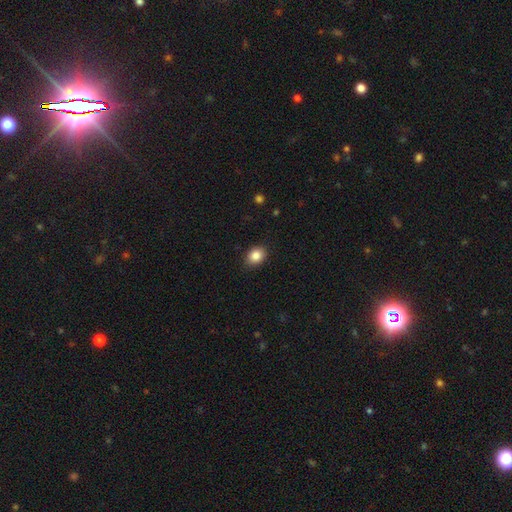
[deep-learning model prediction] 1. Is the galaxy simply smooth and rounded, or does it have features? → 86% smooth, 9% star or artifact, 5% featured or disk.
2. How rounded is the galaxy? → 59% in between, 40% round, 1% cigar-shaped.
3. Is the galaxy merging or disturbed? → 87% none, 10% minor disturbance, 2% major disturbance, 1% merger.